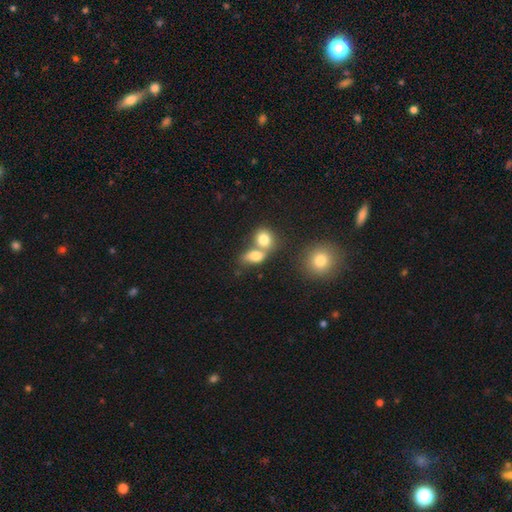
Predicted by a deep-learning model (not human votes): This is likely a smooth galaxy (77%). How rounded: likely in between (62%). Merging: possibly merger (56%).